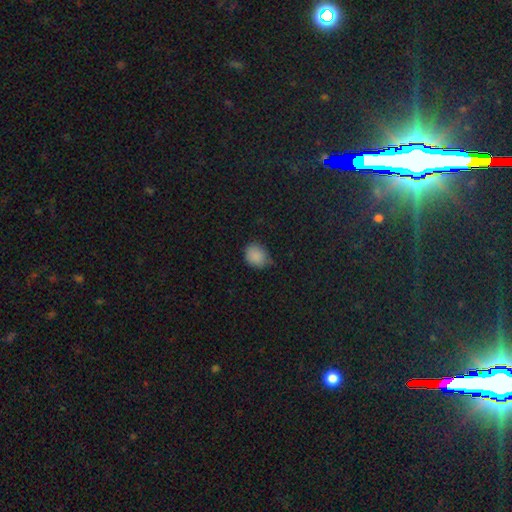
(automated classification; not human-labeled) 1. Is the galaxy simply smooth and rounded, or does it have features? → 86% smooth, 10% star or artifact, 4% featured or disk.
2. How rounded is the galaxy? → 61% round, 38% in between, 1% cigar-shaped.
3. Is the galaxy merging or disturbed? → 65% none, 29% minor disturbance, 4% major disturbance, 2% merger.